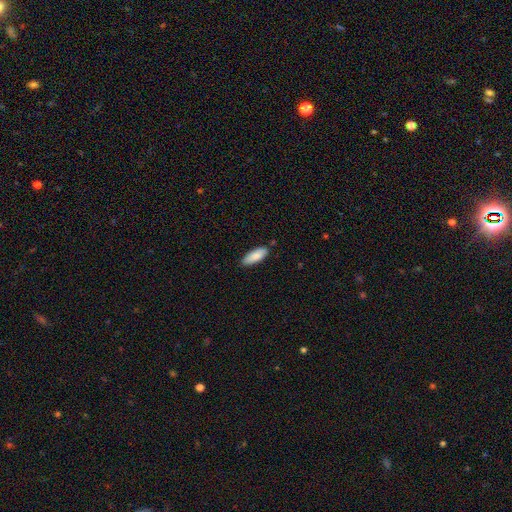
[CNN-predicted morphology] smooth_or_featured: smooth (p=0.85) [alt: featured or disk p=0.09]
how_rounded: in between (p=0.73) [alt: cigar-shaped p=0.25]
merging: none (p=0.84) [alt: minor disturbance p=0.12]